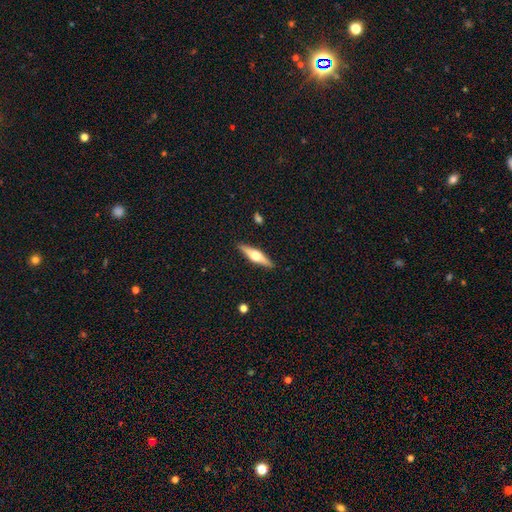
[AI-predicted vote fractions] Smooth or featured? featured or disk (64%)
Edge-on disk? yes (96%)
Edge-on bulge? rounded (94%)
Merging? none (90%)